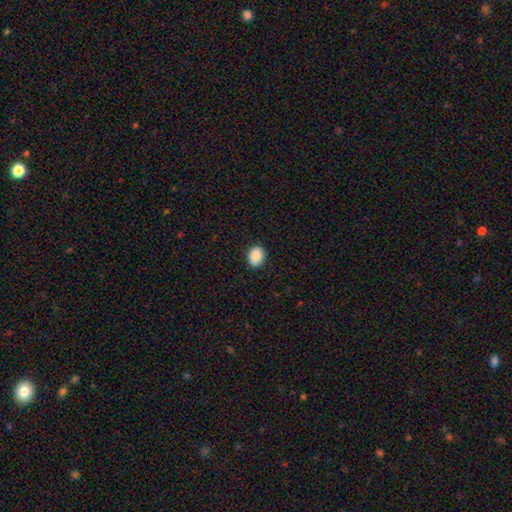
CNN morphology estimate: smooth 90%, star or artifact 7%, featured or disk 3%. Down the decision tree: how rounded — in between (64%); merging — none (88%).